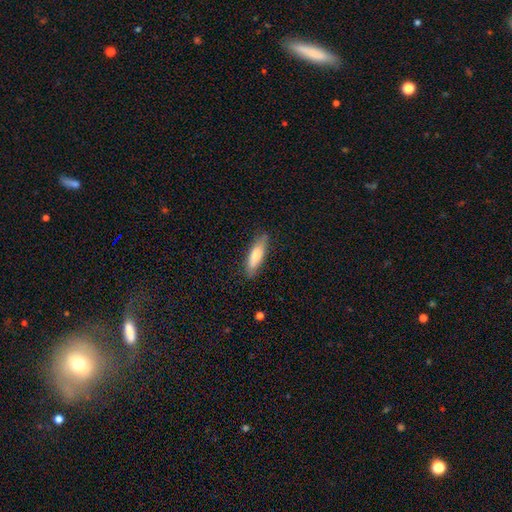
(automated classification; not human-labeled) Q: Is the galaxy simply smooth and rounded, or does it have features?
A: smooth — 78%.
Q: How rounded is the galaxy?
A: cigar-shaped — 59%.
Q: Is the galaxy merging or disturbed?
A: none — 81%.